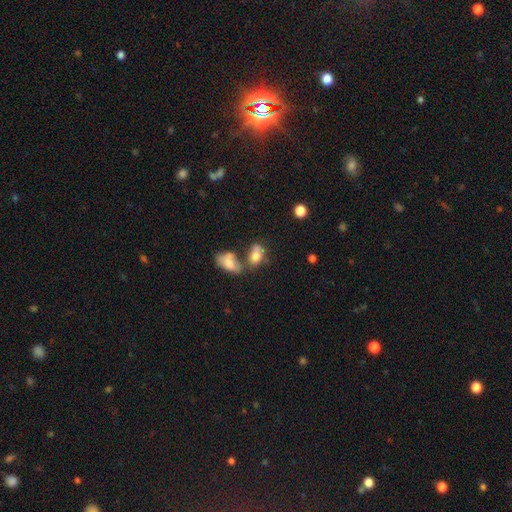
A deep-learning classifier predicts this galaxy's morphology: Smooth or featured? Predicted: smooth (p=0.74). How rounded? Predicted: in between (p=0.82). Merging? Predicted: merger (p=0.42).